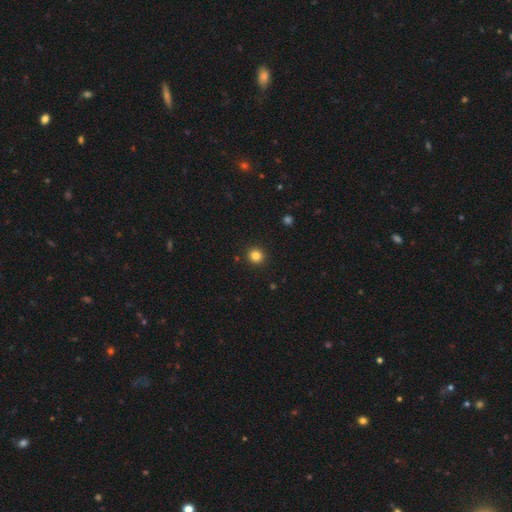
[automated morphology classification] Smooth or featured? smooth (83%)
How rounded? round (93%)
Merging? none (92%)